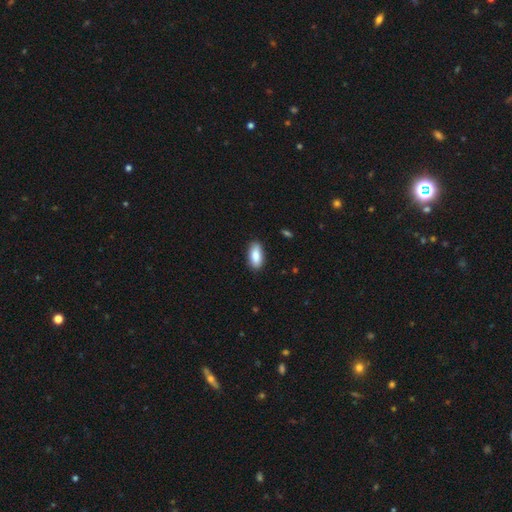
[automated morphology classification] Smooth or featured?
  - smooth: 87% *
  - star or artifact: 6%
  - featured or disk: 6%
How rounded?
  - in between: 87% *
  - cigar-shaped: 11%
  - round: 2%
Merging?
  - none: 86% *
  - minor disturbance: 11%
  - major disturbance: 2%
  - merger: 1%